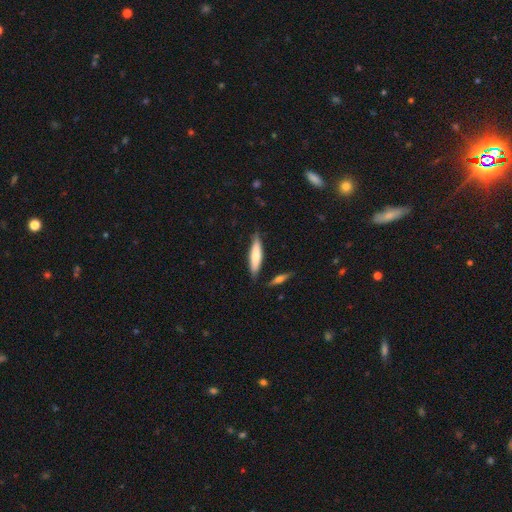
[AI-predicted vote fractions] The model was most divided on "smooth or featured": smooth: 71%, featured or disk: 24%, star or artifact: 5%. More confident: merging — none (81%); how rounded — cigar-shaped (77%).